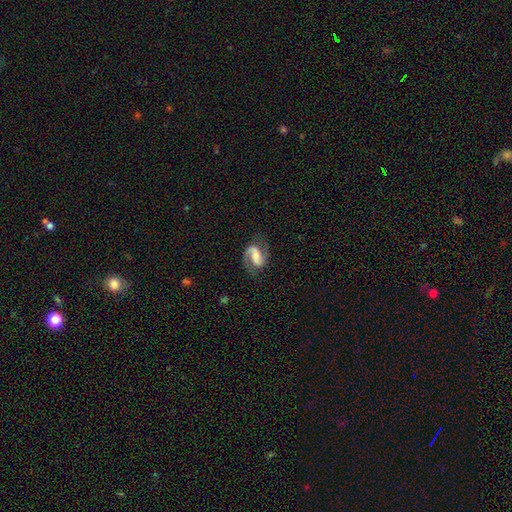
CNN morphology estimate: smooth_or_featured: featured or disk (p=0.86) [alt: smooth p=0.08]
disk_edge_on: no (p=0.98) [alt: yes p=0.02]
bar: weak (p=0.43) [alt: strong p=0.33]
has_spiral_arms: yes (p=0.97) [alt: no p=0.03]
spiral_winding: medium (p=0.55) [alt: loose p=0.26]
spiral_arm_count: 2 (p=0.86) [alt: 1 p=0.09]
bulge_size: small (p=0.39) [alt: moderate p=0.36]
merging: none (p=0.75) [alt: minor disturbance p=0.16]